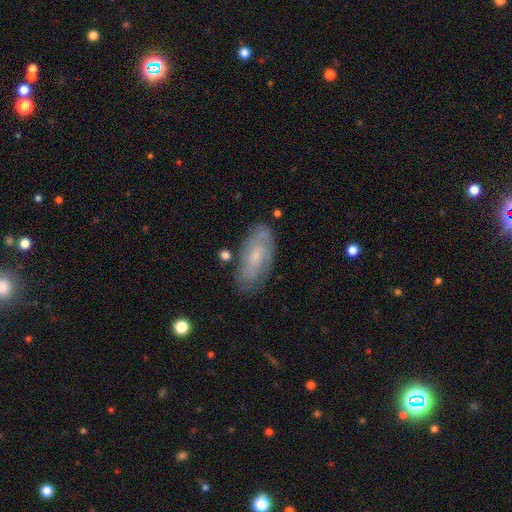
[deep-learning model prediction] smooth_or_featured: featured or disk (p=0.55) [alt: smooth p=0.38]
disk_edge_on: no (p=0.89) [alt: yes p=0.11]
merging: none (p=0.75) [alt: minor disturbance p=0.18]